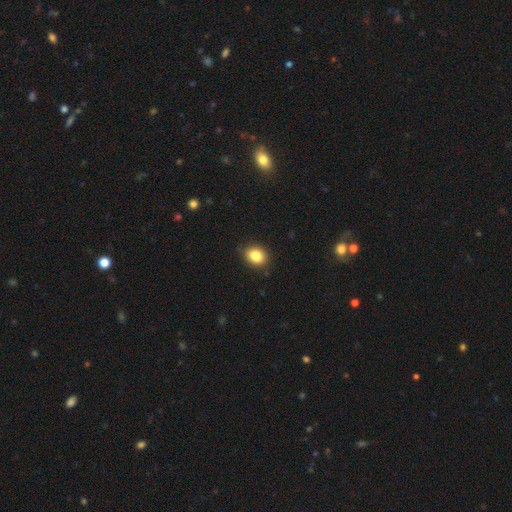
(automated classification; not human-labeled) The model was most divided on "how rounded": in between: 62%, round: 37%, cigar-shaped: 1%. More confident: smooth or featured — smooth (86%); merging — none (84%).